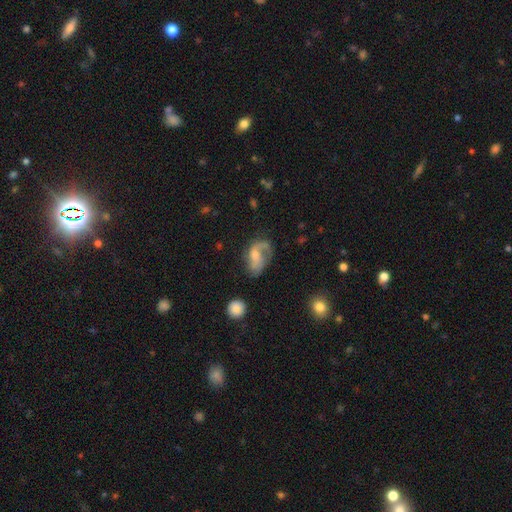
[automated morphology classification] Smooth or featured? Predicted: featured or disk (p=0.68). Edge-on disk? Predicted: no (p=0.97). Bar? Predicted: no (p=0.55). Spiral arms? Predicted: yes (p=0.86). Spiral winding? Predicted: loose (p=0.55). Spiral arm count? Predicted: 2 (p=0.61). Bulge size? Predicted: moderate (p=0.42). Merging? Predicted: none (p=0.44).